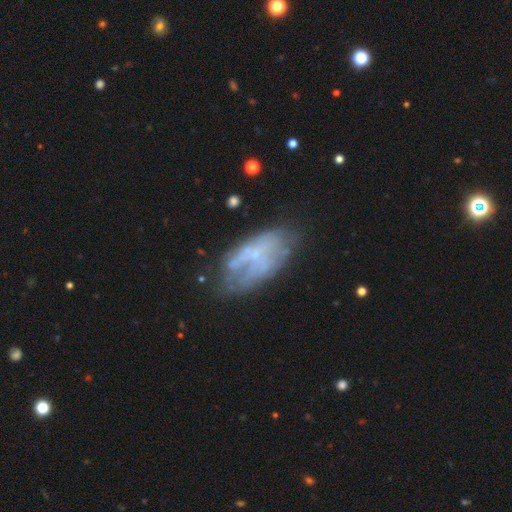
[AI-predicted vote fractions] This appears to be a featured or disk galaxy (56%) with no bar (85%), no spiral arms (81%) and no central bulge (53%). Merging: none (49%).